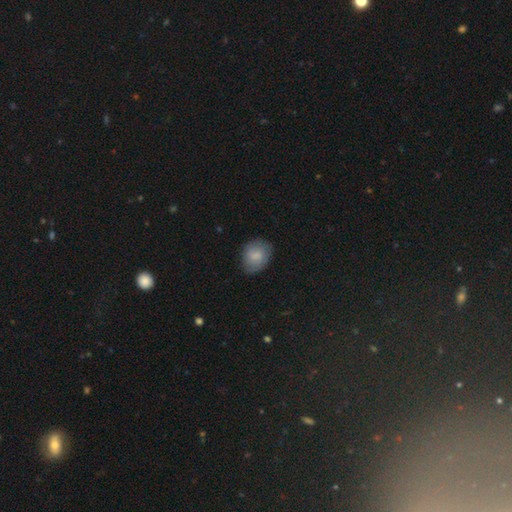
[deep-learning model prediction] Smooth or featured: smooth — 78% (featured or disk — 15%)
How rounded: in between — 56% (round — 43%)
Merging: none — 73% (minor disturbance — 21%)